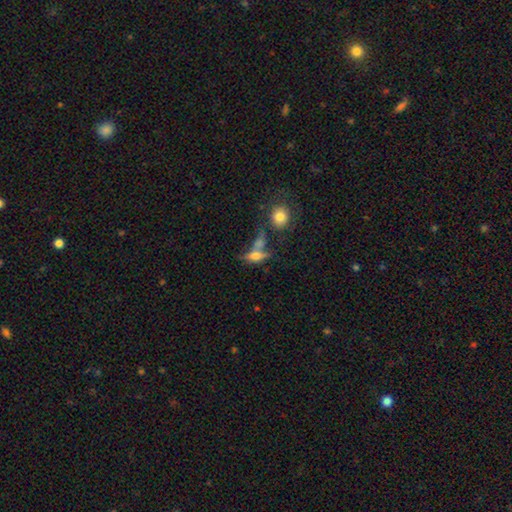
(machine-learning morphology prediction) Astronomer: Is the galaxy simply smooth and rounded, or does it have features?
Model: smooth — 49% (runner-up: featured or disk, 39%).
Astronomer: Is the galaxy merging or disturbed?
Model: none — 44% (runner-up: merger, 32%).